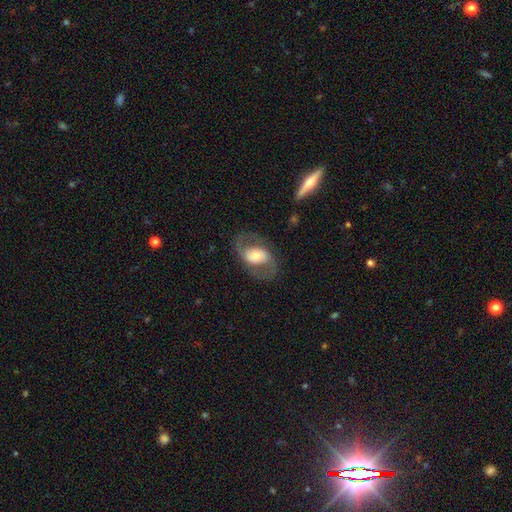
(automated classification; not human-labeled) Smooth or featured: featured or disk — 72% (smooth — 21%)
Edge-on disk: no — 96% (yes — 4%)
Bar: no — 46% (weak — 33%)
Spiral arms: yes — 82% (no — 18%)
Spiral winding: medium — 52% (loose — 30%)
Spiral arm count: 2 — 90% (can't tell — 5%)
Bulge size: moderate — 52% (small — 22%)
Merging: none — 75% (minor disturbance — 13%)